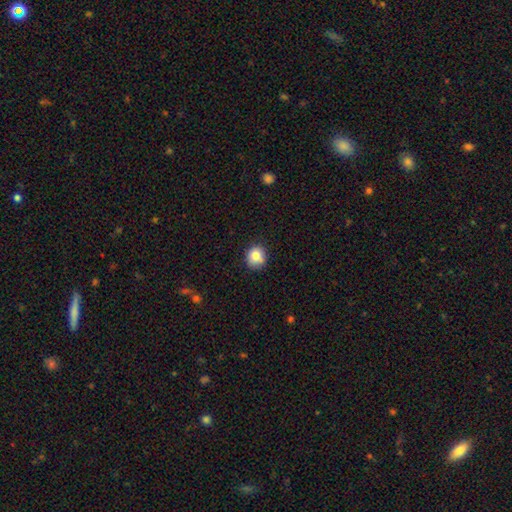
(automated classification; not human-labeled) smooth-or-featured: smooth: 81% | star or artifact: 10% | featured or disk: 9%
  how-rounded: round: 81% | in between: 18% | cigar-shaped: 1%
  merging: none: 74% | minor disturbance: 17% | merger: 5% | major disturbance: 3%